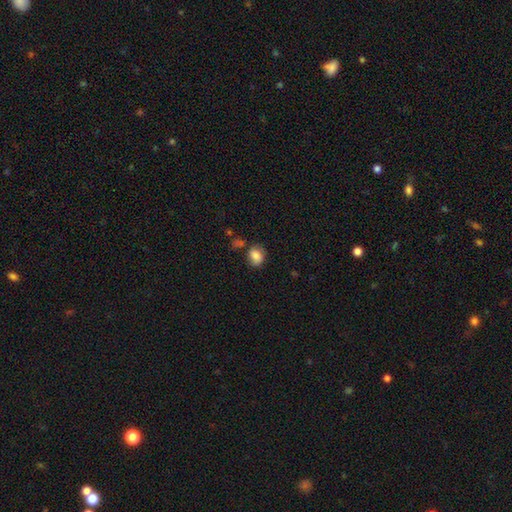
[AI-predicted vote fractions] This is clearly a smooth galaxy (83%). How rounded: possibly in between (60%). Merging: likely none (63%).